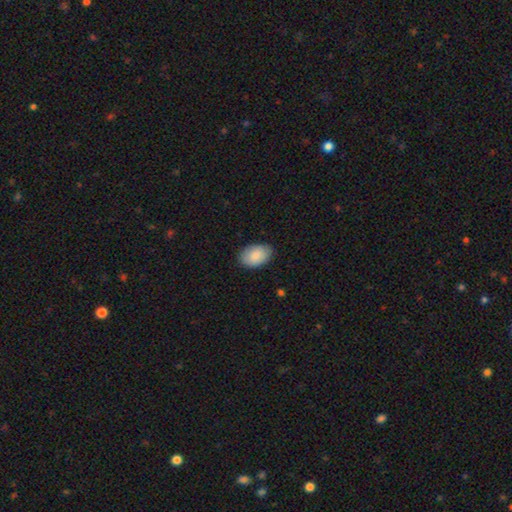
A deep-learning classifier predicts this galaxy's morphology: type=smooth (89%); roundness=in between (90%); merging=none (84%).